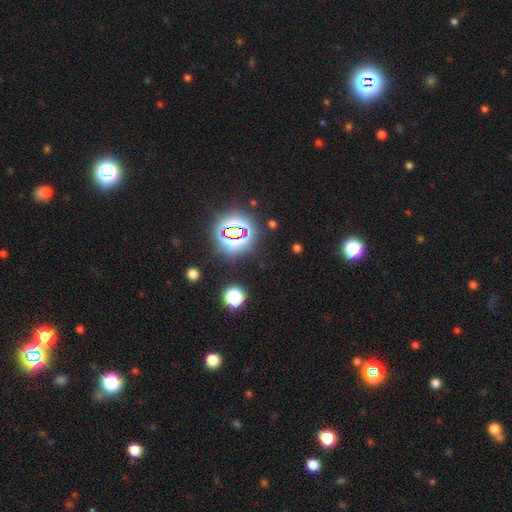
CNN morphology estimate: star or artifact 78%, smooth 15%, featured or disk 7%.